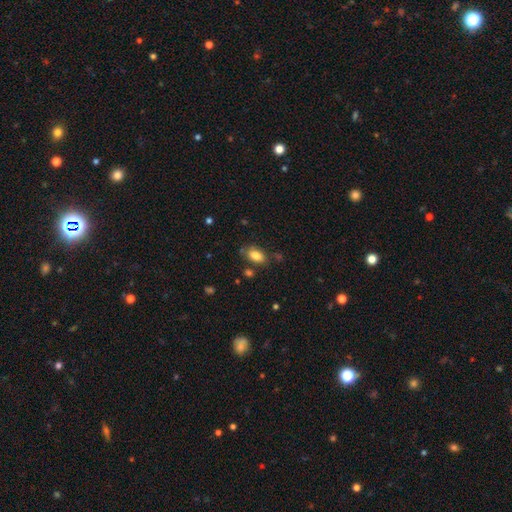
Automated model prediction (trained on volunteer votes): A smooth galaxy with no disk features (83%) that is in between round and cigar-shaped (89%). Merging: none (74%).